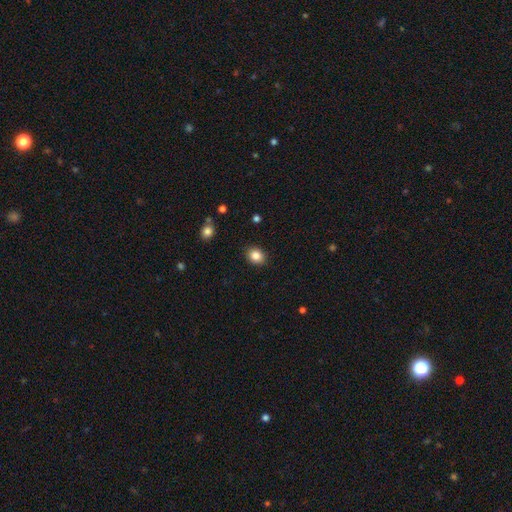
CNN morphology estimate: smooth-or-featured: smooth: 85% | star or artifact: 10% | featured or disk: 5%
  how-rounded: round: 56% | in between: 43% | cigar-shaped: 1%
  merging: none: 89% | minor disturbance: 8% | major disturbance: 2% | merger: 1%